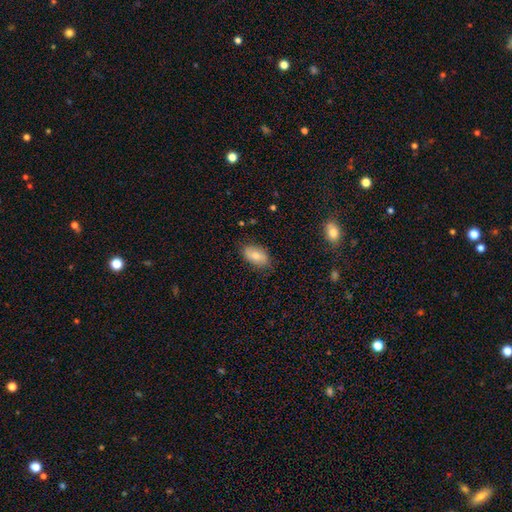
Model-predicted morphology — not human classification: smooth_or_featured: smooth (p=0.72) [alt: featured or disk p=0.21]
how_rounded: in between (p=0.92) [alt: round p=0.06]
merging: none (p=0.80) [alt: minor disturbance p=0.16]